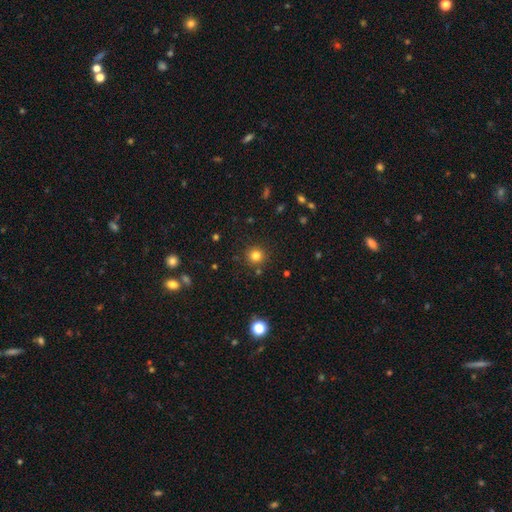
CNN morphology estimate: Overall: smooth (80%). How rounded: round (94%). Merging: none (88%).